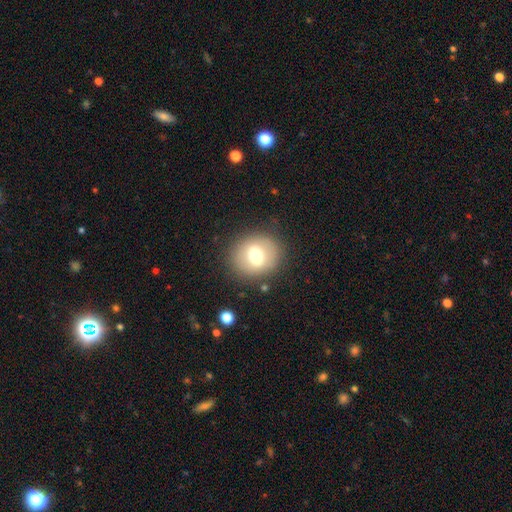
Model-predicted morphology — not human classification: smooth-or-featured: smooth: 63% | featured or disk: 26% | star or artifact: 10%
  how-rounded: round: 71% | in between: 28% | cigar-shaped: 1%
  merging: none: 82% | minor disturbance: 11% | major disturbance: 5% | merger: 2%